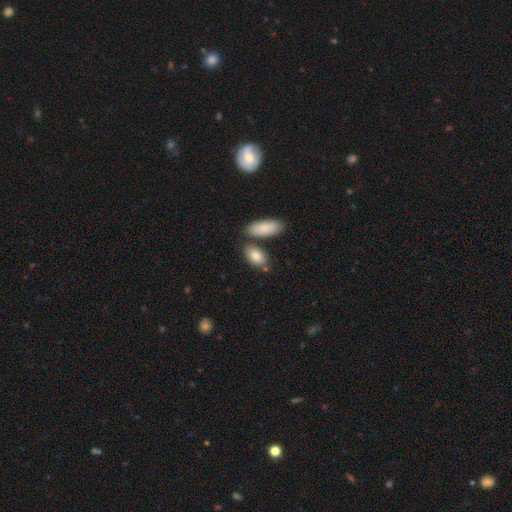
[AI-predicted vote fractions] The model was most divided on "merging": none: 64%, merger: 21%, minor disturbance: 12%, major disturbance: 3%. More confident: how rounded — in between (90%); smooth or featured — smooth (84%).